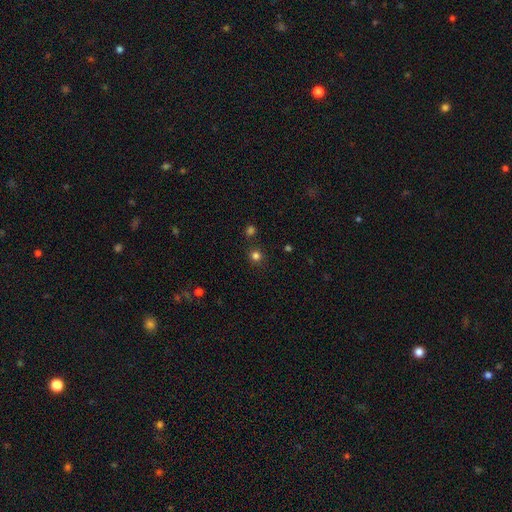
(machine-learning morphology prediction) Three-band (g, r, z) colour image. It shows a smooth galaxy with no disk features (77%) that is round (92%). Merging: none (87%).